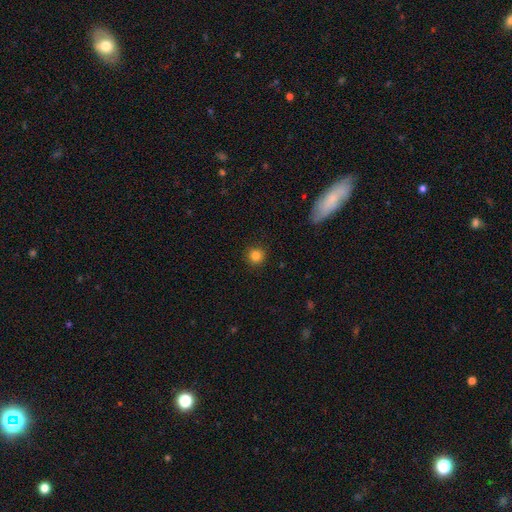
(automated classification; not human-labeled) A smooth galaxy with no disk features (83%) that is round (95%). Merging: none (91%).